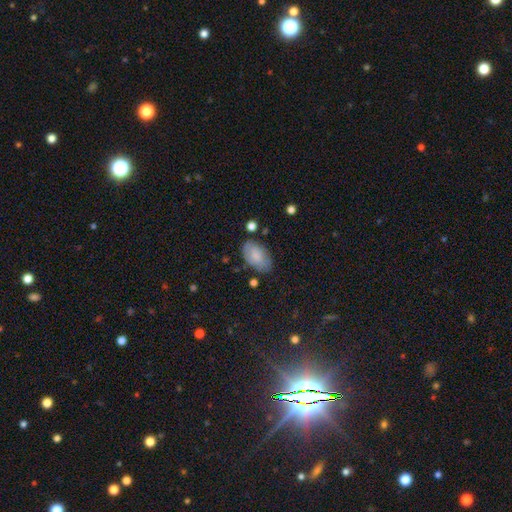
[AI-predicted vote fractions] smooth-or-featured: smooth: 78% | featured or disk: 15% | star or artifact: 7%
  how-rounded: in between: 93% | round: 5% | cigar-shaped: 2%
  merging: none: 74% | minor disturbance: 18% | major disturbance: 5% | merger: 3%